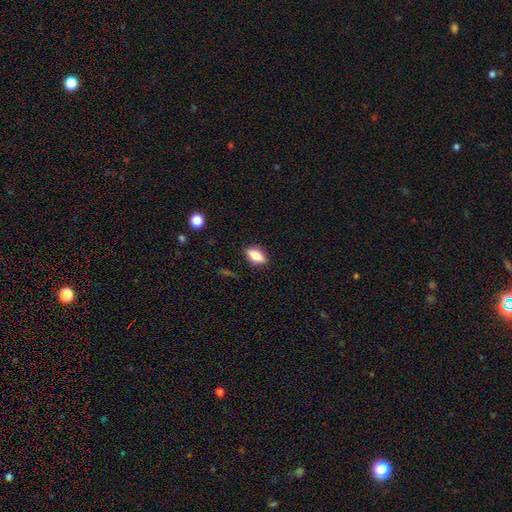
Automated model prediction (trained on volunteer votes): Smooth or featured?
  - smooth: 76% *
  - featured or disk: 16%
  - star or artifact: 8%
How rounded?
  - in between: 86% *
  - cigar-shaped: 7%
  - round: 7%
Merging?
  - none: 86% *
  - minor disturbance: 10%
  - major disturbance: 2%
  - merger: 1%